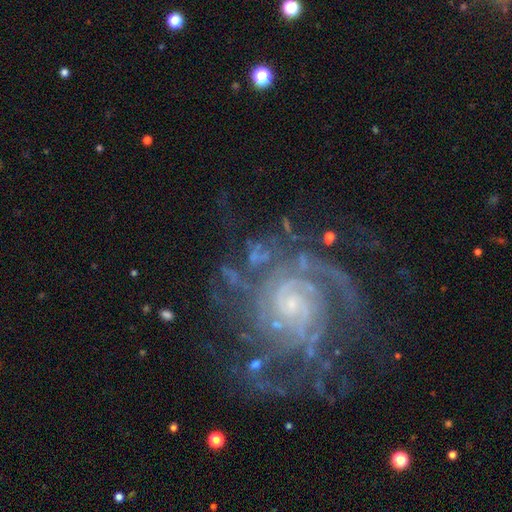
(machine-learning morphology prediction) smooth-or-featured: featured or disk: 85% | star or artifact: 9% | smooth: 6%
  disk-edge-on: no: 98% | yes: 2%
    bar: no: 62% | weak: 27% | strong: 10%
    has-spiral-arms: yes: 97% | no: 3%
      spiral-winding: tight: 69% | medium: 26% | loose: 6%
      spiral-arm-count: 2: 37% | can't tell: 21% | 3: 16% | 4: 10% | more than 4: 8% | 1: 7%
    bulge-size: small: 72% | moderate: 18% | none: 6% | large: 2% | dominant: 1%
  merging: none: 58% | minor disturbance: 17% | major disturbance: 16% | merger: 9%